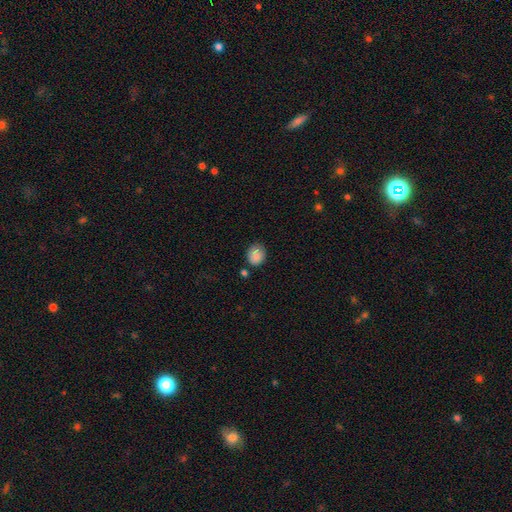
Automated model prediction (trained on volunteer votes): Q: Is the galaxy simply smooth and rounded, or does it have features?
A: smooth — 86%.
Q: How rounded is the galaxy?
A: round — 68%.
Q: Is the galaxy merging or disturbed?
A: none — 75%.